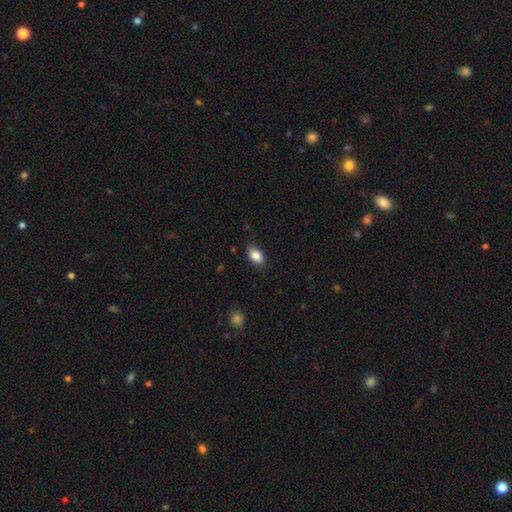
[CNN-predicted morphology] smooth_or_featured: smooth (p=0.88) [alt: star or artifact p=0.08]
how_rounded: in between (p=0.89) [alt: round p=0.09]
merging: none (p=0.84) [alt: minor disturbance p=0.12]